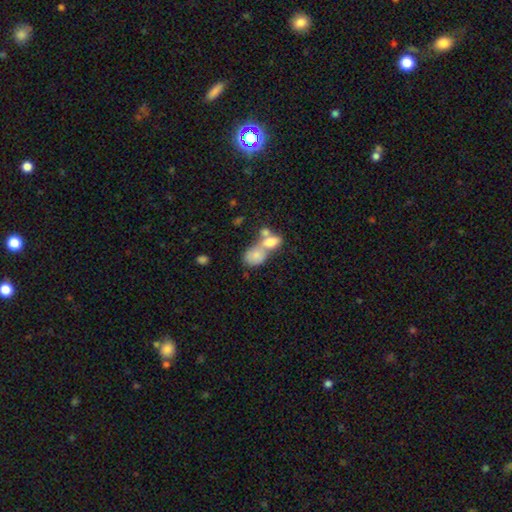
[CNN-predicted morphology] type=smooth (73%); roundness=in between (73%); merging=merger (69%).